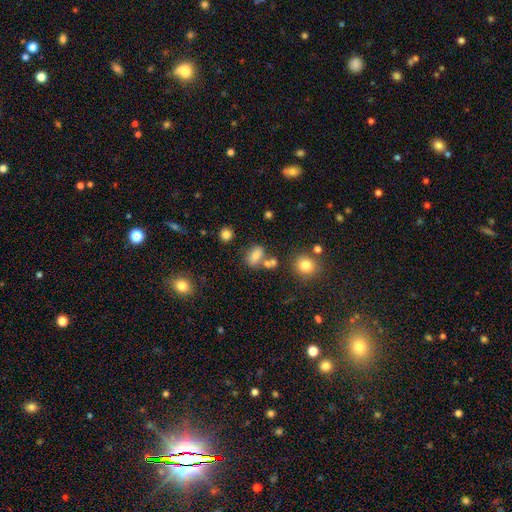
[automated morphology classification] A smooth galaxy with no disk features (73%) that is in between round and cigar-shaped (76%).

Vote fractions:
- Smooth or featured? smooth: 73% / star or artifact: 13% / featured or disk: 13%
- How rounded? in between: 76% / round: 21% / cigar-shaped: 3%
- Merging? none: 53% / merger: 26% / minor disturbance: 15% / major disturbance: 6%